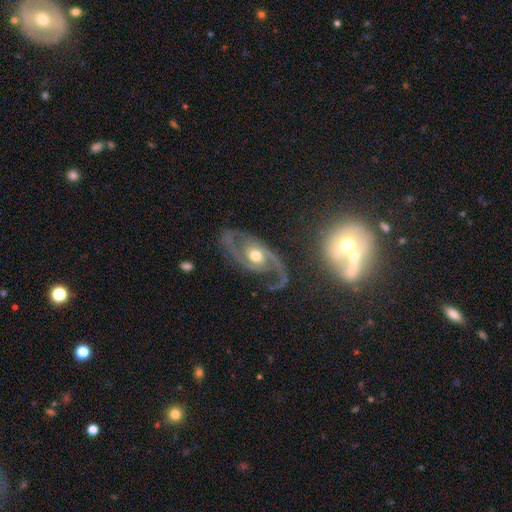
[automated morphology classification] smooth-or-featured: featured or disk: 89% | smooth: 6% | star or artifact: 5%
  disk-edge-on: no: 95% | yes: 5%
    bar: no: 65% | weak: 26% | strong: 9%
    has-spiral-arms: yes: 95% | no: 5%
      spiral-winding: medium: 49% | loose: 26% | tight: 25%
      spiral-arm-count: 2: 86% | 1: 5% | can't tell: 4% | 3: 2% | 4: 1% | more than 4: 1%
    bulge-size: moderate: 76% | small: 15% | large: 7% | dominant: 1% | none: 1%
  merging: none: 68% | minor disturbance: 17% | major disturbance: 12% | merger: 3%